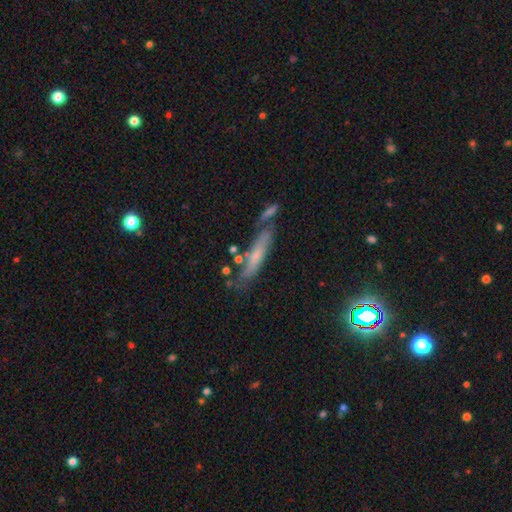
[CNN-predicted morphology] smooth-or-featured: smooth: 49% | featured or disk: 41% | star or artifact: 10%
  merging: none: 54% | minor disturbance: 20% | merger: 18% | major disturbance: 8%